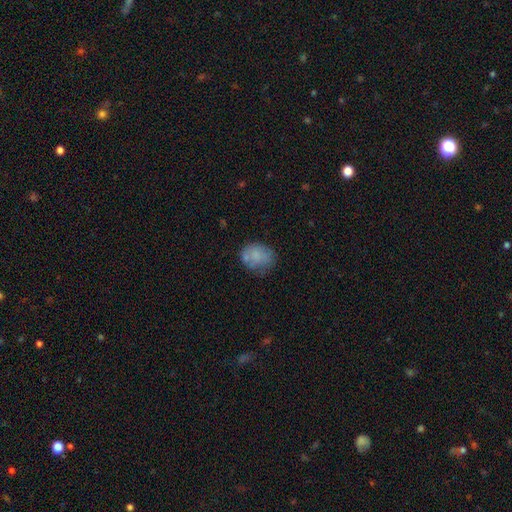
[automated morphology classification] smooth 70%, featured or disk 21%, star or artifact 9%. Down the decision tree: how rounded — round (56%); merging — none (55%).